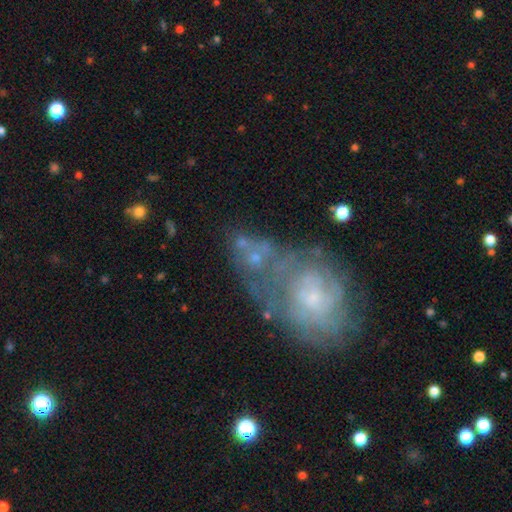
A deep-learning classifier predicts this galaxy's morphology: The model was most divided on "merging": merger: 37%, none: 32%, major disturbance: 17%, minor disturbance: 15%. Remaining: edge-on disk — no (96%); bar — no (84%); spiral arms — no (55%); smooth or featured — featured or disk (54%); bulge size — small (48%).